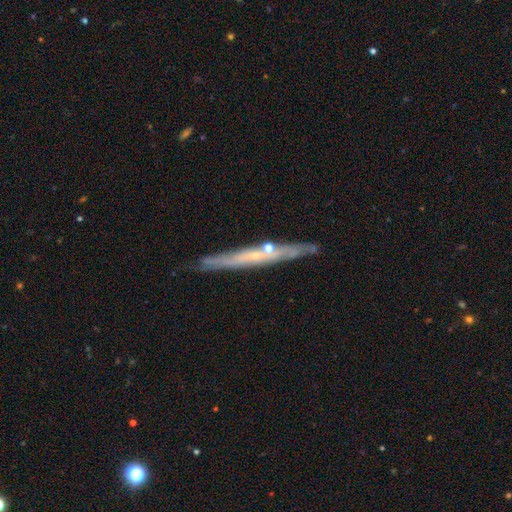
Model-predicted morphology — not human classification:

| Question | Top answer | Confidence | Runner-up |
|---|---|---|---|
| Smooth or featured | featured or disk | 65% | smooth (28%) |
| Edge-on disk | yes | 91% | no (9%) |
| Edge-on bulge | none | 62% | rounded (35%) |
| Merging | none | 80% | minor disturbance (12%) |